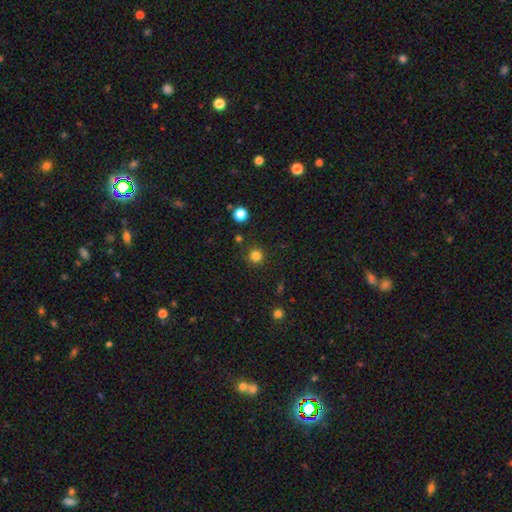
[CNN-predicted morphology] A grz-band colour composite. It shows a smooth galaxy with no disk features (82%) that is round (95%). Merging: none (88%).